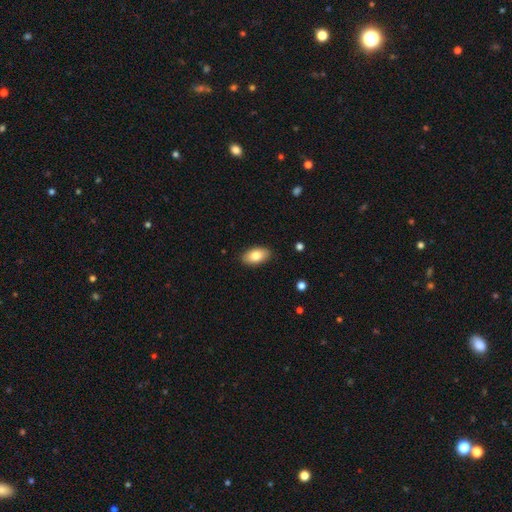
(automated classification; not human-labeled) The model was most divided on "smooth or featured": smooth: 81%, featured or disk: 12%, star or artifact: 7%. More confident: how rounded — in between (94%); merging — none (88%).